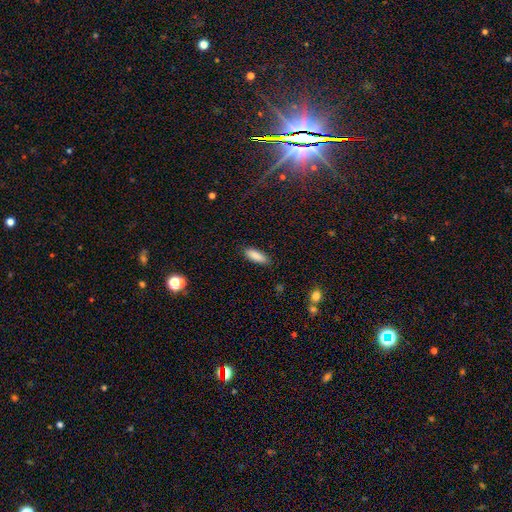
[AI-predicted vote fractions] Morphology: type=smooth (88%); roundness=in between (61%); merging=none (86%).